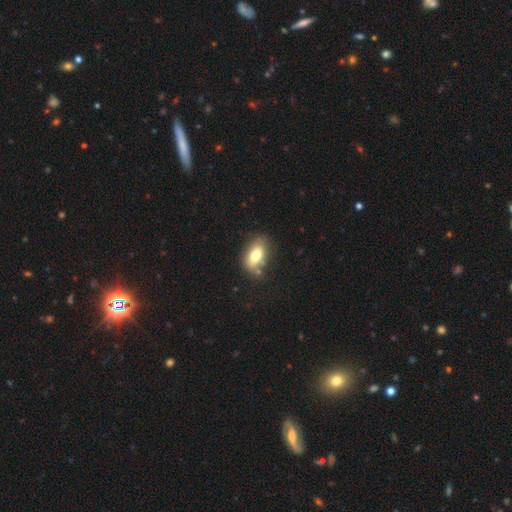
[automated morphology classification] Smooth or featured? Predicted: smooth (p=0.72). How rounded? Predicted: in between (p=0.87). Merging? Predicted: none (p=0.71).